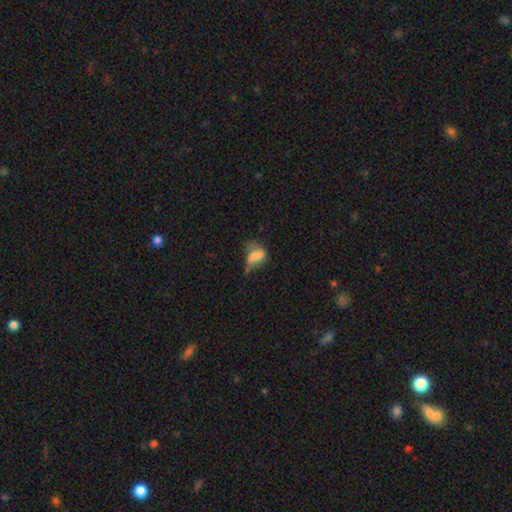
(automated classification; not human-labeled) Smooth or featured: smooth — 62% (featured or disk — 28%)
How rounded: in between — 77% (round — 20%)
Merging: major disturbance — 38% (minor disturbance — 31%)